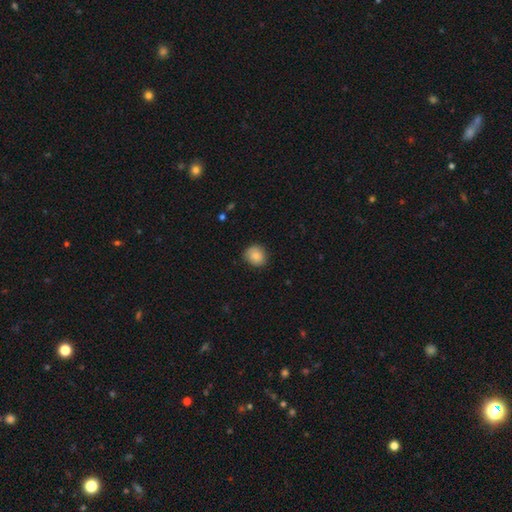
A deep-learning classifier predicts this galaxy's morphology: A smooth galaxy with no disk features (83%) that is round (78%).

Vote fractions:
- Smooth or featured? smooth: 83% / featured or disk: 9% / star or artifact: 8%
- How rounded? round: 78% / in between: 21% / cigar-shaped: 1%
- Merging? none: 80% / minor disturbance: 16% / major disturbance: 3% / merger: 1%